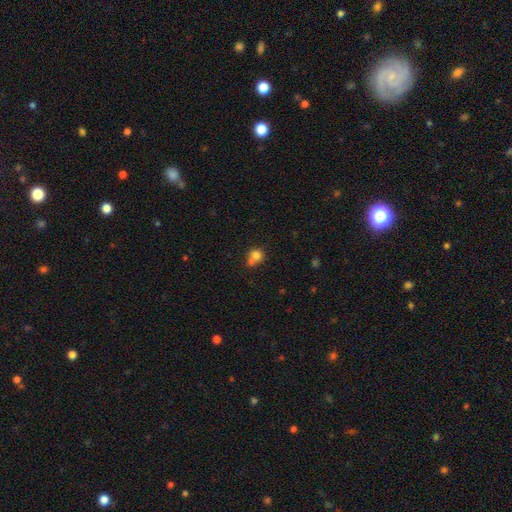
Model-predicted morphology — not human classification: smooth-or-featured: smooth: 77% | star or artifact: 12% | featured or disk: 11%
  how-rounded: round: 78% | in between: 21% | cigar-shaped: 1%
  merging: none: 43% | merger: 38% | minor disturbance: 14% | major disturbance: 5%